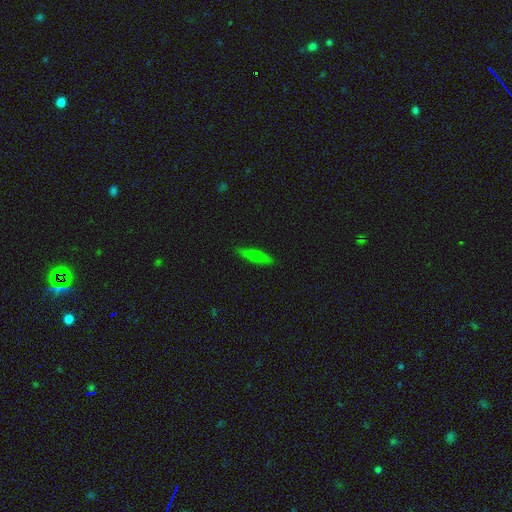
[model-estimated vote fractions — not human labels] Morphology: type=smooth (57%); roundness=cigar-shaped (75%); merging=none (88%).